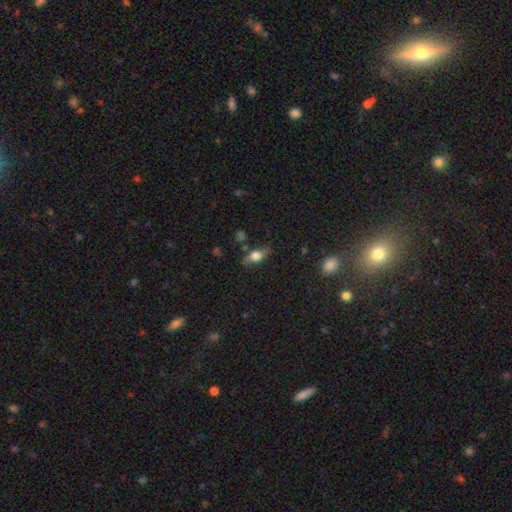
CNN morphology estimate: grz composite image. It shows a smooth galaxy with no disk features (61%) that is in between round and cigar-shaped (72%). Merging: none (72%).